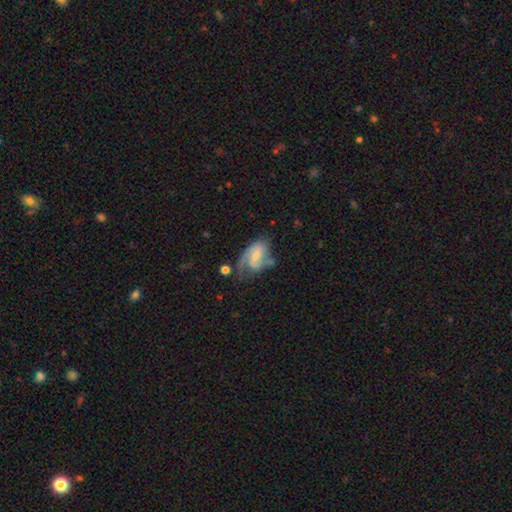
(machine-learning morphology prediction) A featured or disk galaxy (71%) with a weak bar (48%), 2 (56%) medium (46%) spiral arms (89%) and a small central bulge (48%).

Vote fractions:
- Smooth or featured? featured or disk: 71% / smooth: 23% / star or artifact: 6%
- Edge-on disk? no: 97% / yes: 3%
- Bar? weak: 48% / no: 35% / strong: 17%
- Spiral arms? yes: 89% / no: 11%
- Spiral winding? medium: 46% / tight: 27% / loose: 26%
- Spiral arm count? 2: 56% / 1: 21% / can't tell: 14% / 3: 5% / 4: 1% / more than 4: 1%
- Bulge size? small: 48% / moderate: 39% / none: 9% / large: 4% / dominant: 1%
- Merging? none: 40% / minor disturbance: 27% / major disturbance: 24% / merger: 8%